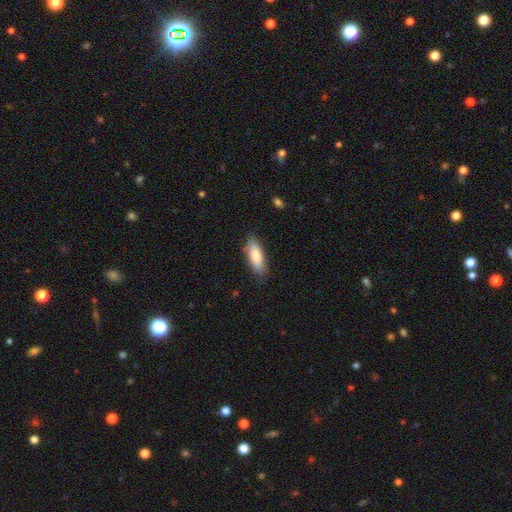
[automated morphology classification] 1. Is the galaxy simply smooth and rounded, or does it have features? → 83% smooth, 11% featured or disk, 6% star or artifact.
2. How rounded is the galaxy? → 65% in between, 33% cigar-shaped, 2% round.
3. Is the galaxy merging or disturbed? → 82% none, 14% minor disturbance, 3% major disturbance, 1% merger.